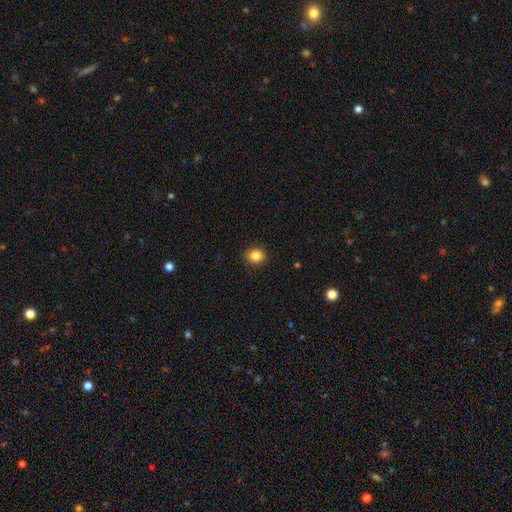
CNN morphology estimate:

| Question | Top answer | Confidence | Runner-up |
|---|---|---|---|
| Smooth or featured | smooth | 85% | star or artifact (10%) |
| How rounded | round | 74% | in between (25%) |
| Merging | none | 91% | minor disturbance (7%) |